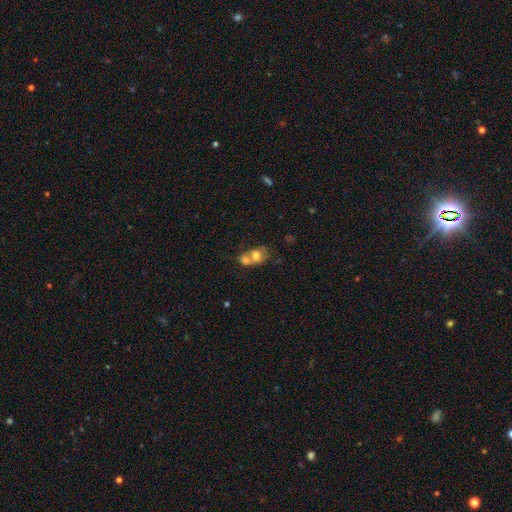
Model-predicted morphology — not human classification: smooth_or_featured: smooth (p=0.68) [alt: featured or disk p=0.22]
how_rounded: in between (p=0.53) [alt: round p=0.46]
merging: merger (p=0.70) [alt: none p=0.19]